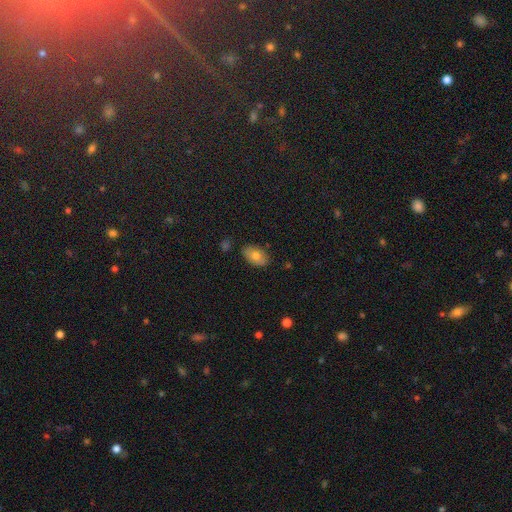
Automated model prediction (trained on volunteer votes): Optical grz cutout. It shows a smooth galaxy with no disk features (72%) that is in between round and cigar-shaped (90%). Merging: none (82%).